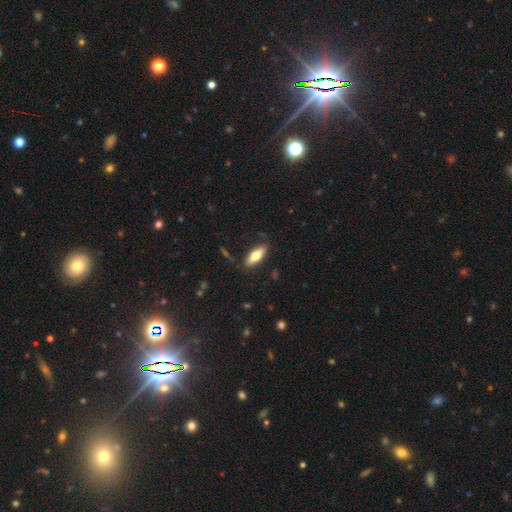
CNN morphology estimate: The model was most divided on "how rounded": in between: 67%, cigar-shaped: 31%, round: 2%. More confident: merging — none (84%); smooth or featured — smooth (71%).